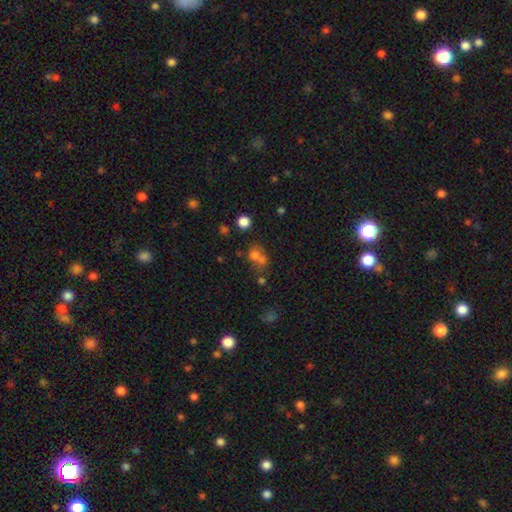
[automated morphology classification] Smooth or featured? smooth (67%)
How rounded? round (75%)
Merging? merger (47%)